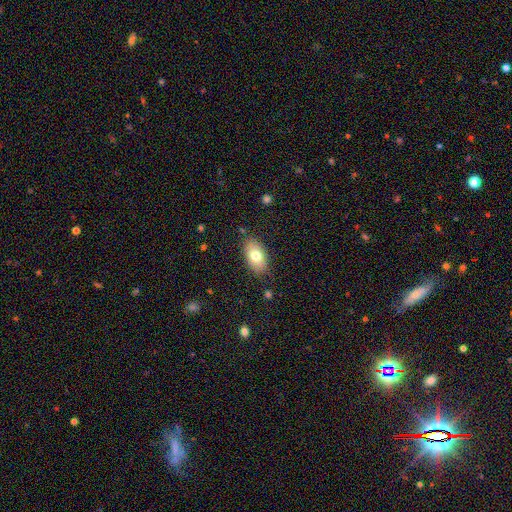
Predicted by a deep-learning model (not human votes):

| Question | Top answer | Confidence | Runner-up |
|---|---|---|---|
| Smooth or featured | smooth | 75% | featured or disk (18%) |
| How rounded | in between | 91% | round (7%) |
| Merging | none | 83% | minor disturbance (13%) |